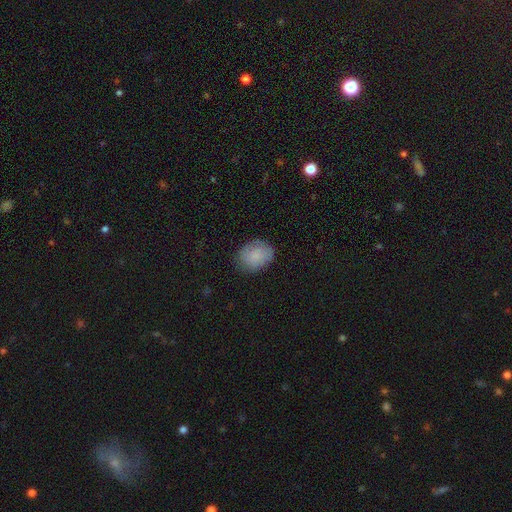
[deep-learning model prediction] Smooth or featured? Predicted: smooth (p=0.82). How rounded? Predicted: in between (p=0.54). Merging? Predicted: none (p=0.77).